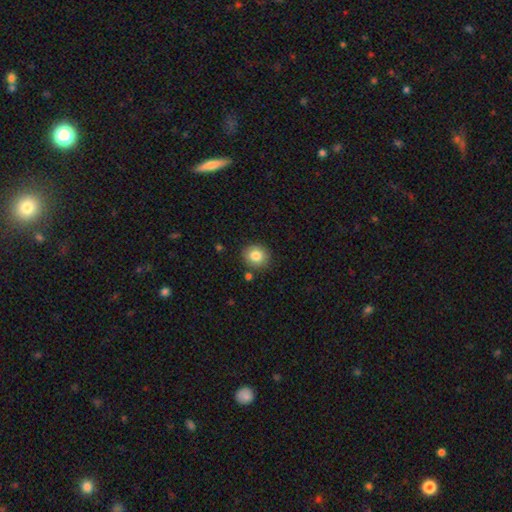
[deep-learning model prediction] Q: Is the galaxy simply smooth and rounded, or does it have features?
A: smooth — 83%.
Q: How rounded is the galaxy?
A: round — 81%.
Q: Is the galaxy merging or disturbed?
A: none — 86%.